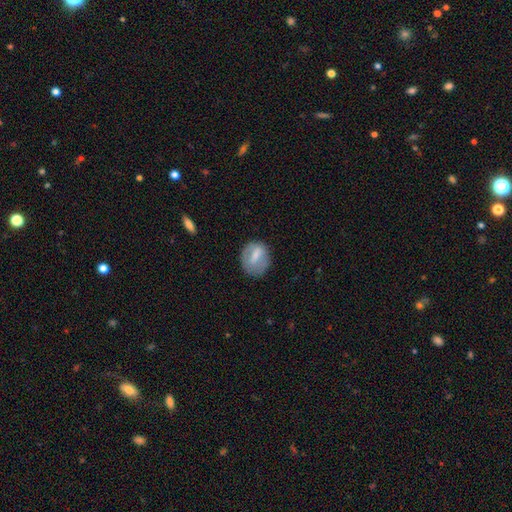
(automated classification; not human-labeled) smooth-or-featured: smooth: 62% | featured or disk: 30% | star or artifact: 8%
  how-rounded: round: 52% | in between: 45% | cigar-shaped: 3%
  merging: none: 66% | minor disturbance: 21% | major disturbance: 11% | merger: 2%